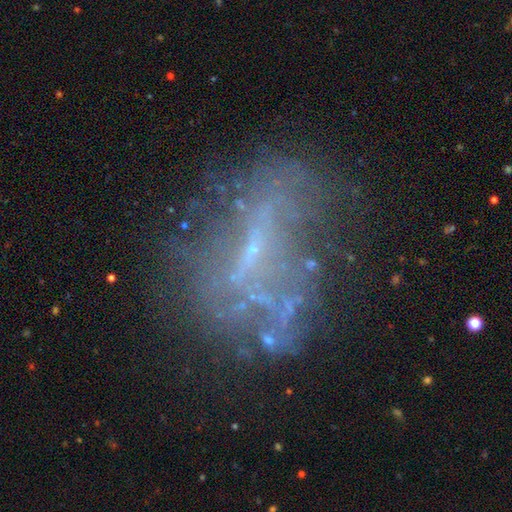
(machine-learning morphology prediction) smooth-or-featured: featured or disk: 61% | star or artifact: 20% | smooth: 19%
  disk-edge-on: no: 91% | yes: 9%
    bar: no: 47% | weak: 31% | strong: 23%
    has-spiral-arms: no: 76% | yes: 24%
    bulge-size: small: 57% | none: 33% | moderate: 8% | large: 1% | dominant: 1%
  merging: none: 51% | major disturbance: 23% | minor disturbance: 20% | merger: 6%